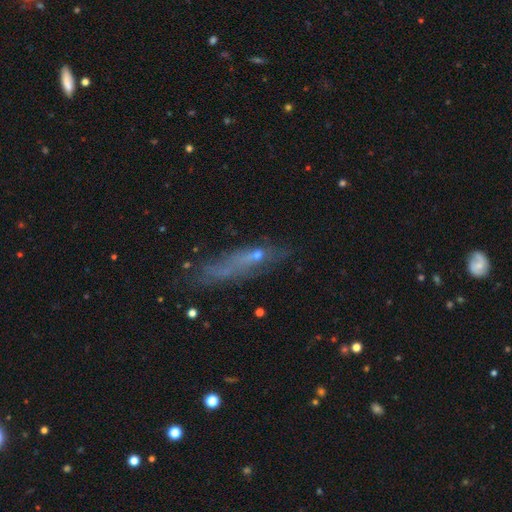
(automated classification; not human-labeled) Morphology: type=smooth (45%); merging=none (50%).